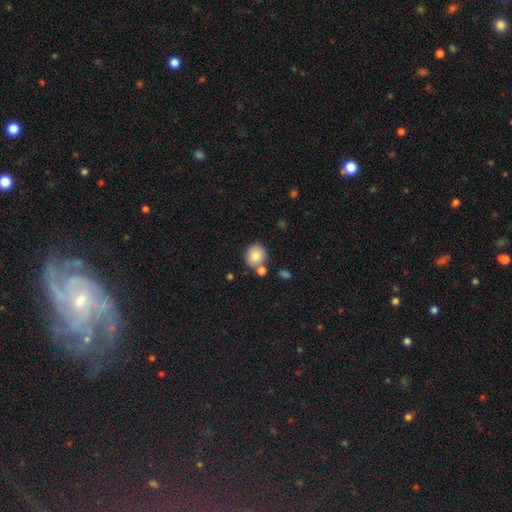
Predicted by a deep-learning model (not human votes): Smooth or featured? Predicted: smooth (p=0.82). How rounded? Predicted: round (p=0.87). Merging? Predicted: none (p=0.69).